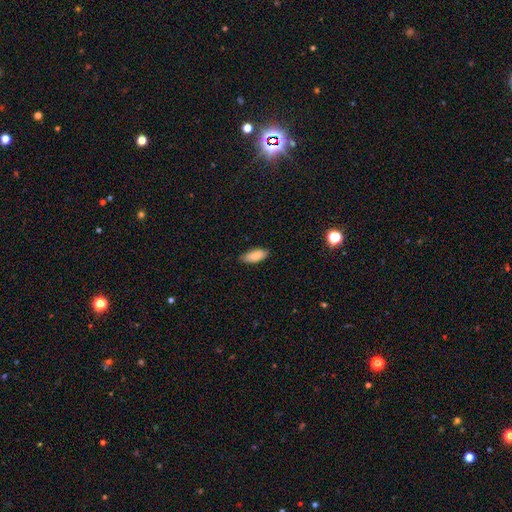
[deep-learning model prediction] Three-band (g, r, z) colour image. It shows a smooth galaxy with no disk features (81%) that is in between round and cigar-shaped (86%). Merging: none (82%).